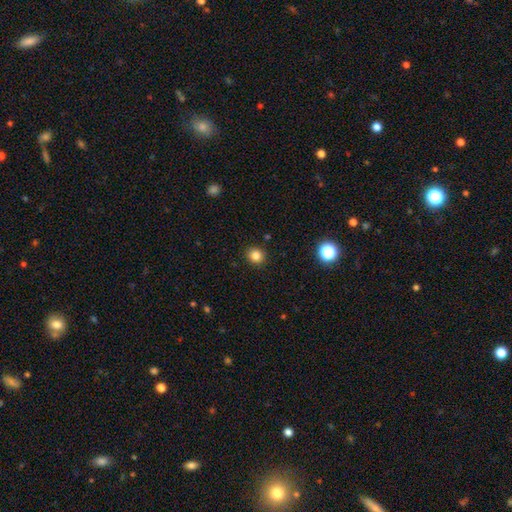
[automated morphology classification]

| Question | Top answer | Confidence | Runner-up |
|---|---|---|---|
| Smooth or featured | smooth | 83% | star or artifact (12%) |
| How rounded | round | 89% | in between (10%) |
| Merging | none | 91% | minor disturbance (6%) |